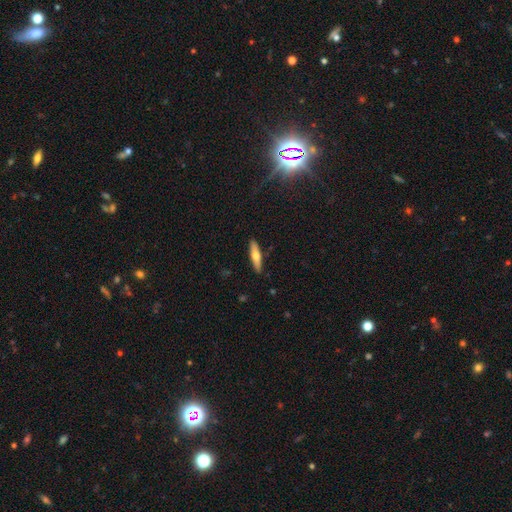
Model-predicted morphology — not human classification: Q: Smooth or featured?
A: smooth (55%); runner-up: featured or disk (39%)
Q: How rounded?
A: cigar-shaped (77%); runner-up: in between (21%)
Q: Merging?
A: none (89%); runner-up: minor disturbance (8%)